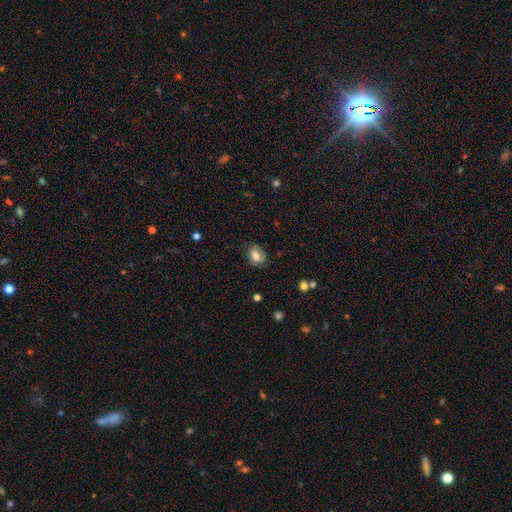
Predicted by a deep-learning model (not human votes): Smooth or featured: smooth — 76% (featured or disk — 15%)
How rounded: in between — 63% (round — 36%)
Merging: none — 72% (minor disturbance — 21%)